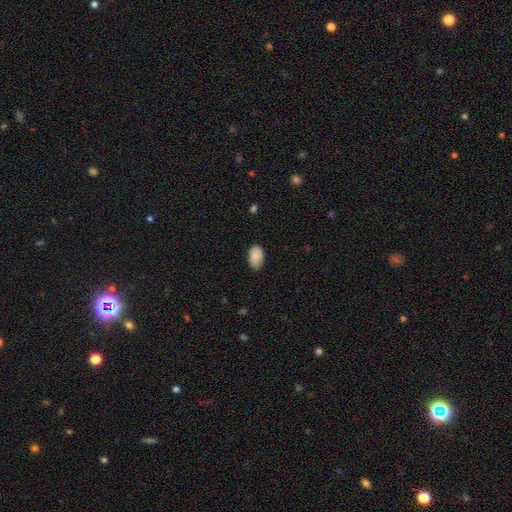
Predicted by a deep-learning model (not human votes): The model was most divided on "merging": none: 72%, minor disturbance: 23%, major disturbance: 4%, merger: 1%. More confident: how rounded — in between (92%); smooth or featured — smooth (84%).